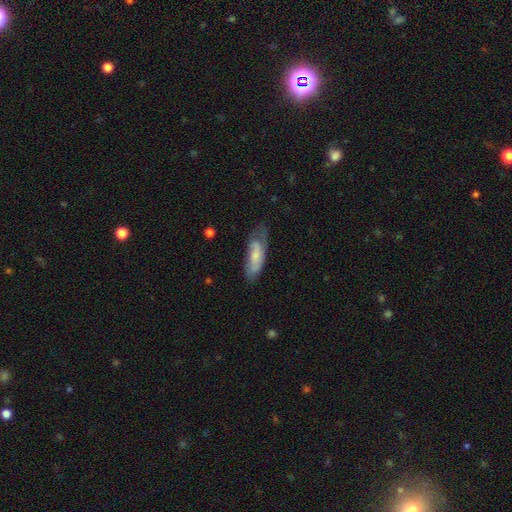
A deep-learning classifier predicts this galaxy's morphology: Overall: smooth (51%; featured or disk 43%). How rounded: in between (65%; cigar-shaped 33%). Merging: none (50%; minor disturbance 31%).